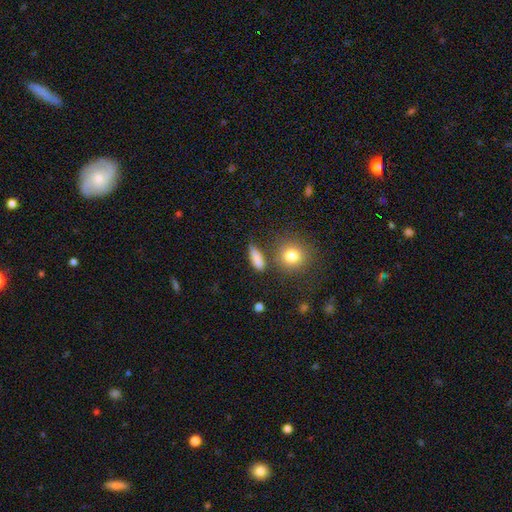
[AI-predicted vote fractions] smooth-or-featured: smooth: 83% | star or artifact: 10% | featured or disk: 7%
  how-rounded: in between: 43% | cigar-shaped: 41% | round: 15%
  merging: none: 70% | minor disturbance: 16% | merger: 9% | major disturbance: 6%